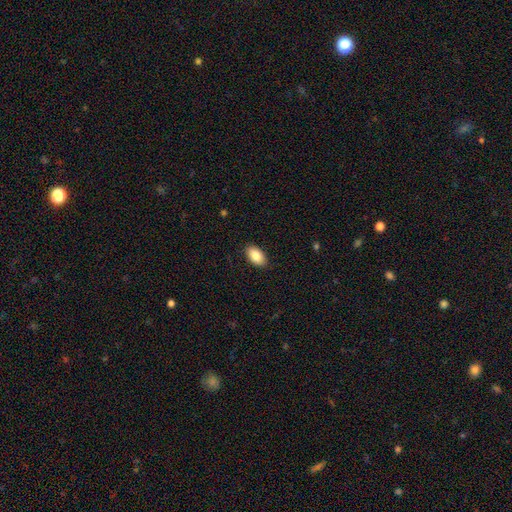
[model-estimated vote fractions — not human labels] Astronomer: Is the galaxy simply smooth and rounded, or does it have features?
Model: smooth — 86%.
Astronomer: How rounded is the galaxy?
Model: in between — 94%.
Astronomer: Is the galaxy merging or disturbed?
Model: none — 88%.